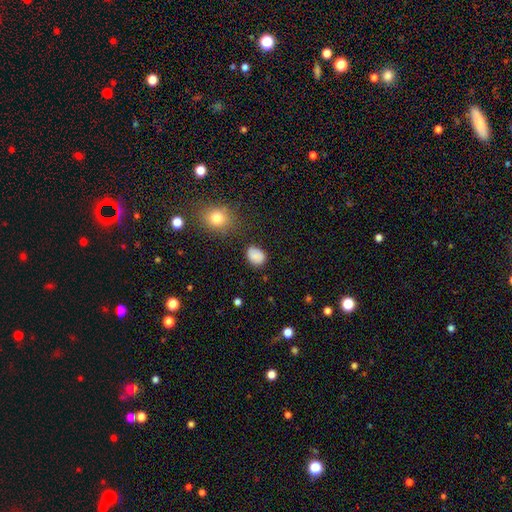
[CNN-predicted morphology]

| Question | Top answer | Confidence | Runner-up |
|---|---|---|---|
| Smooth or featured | smooth | 84% | star or artifact (10%) |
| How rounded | in between | 66% | round (33%) |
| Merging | none | 79% | minor disturbance (15%) |